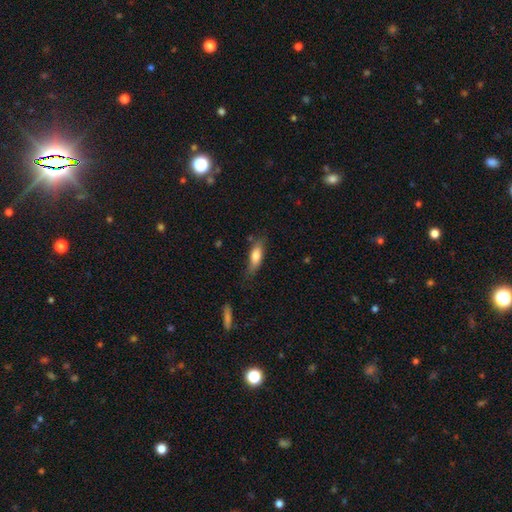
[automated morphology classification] Smooth or featured?
  - smooth: 74% *
  - featured or disk: 19%
  - star or artifact: 7%
How rounded?
  - in between: 54% *
  - cigar-shaped: 43%
  - round: 2%
Merging?
  - none: 70% *
  - minor disturbance: 22%
  - major disturbance: 5%
  - merger: 3%